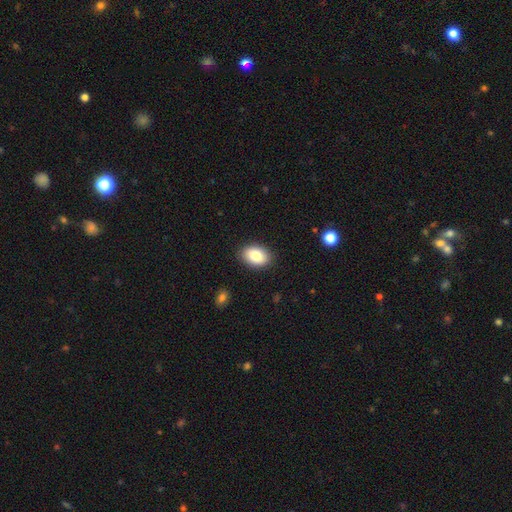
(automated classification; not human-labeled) smooth 83%, featured or disk 9%, star or artifact 7%. Down the decision tree: how rounded — in between (84%); merging — none (88%).